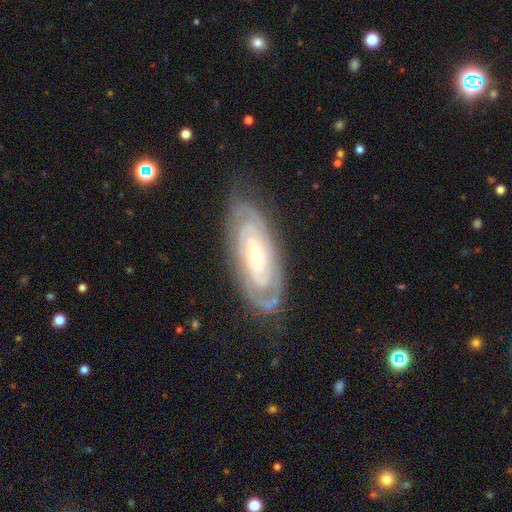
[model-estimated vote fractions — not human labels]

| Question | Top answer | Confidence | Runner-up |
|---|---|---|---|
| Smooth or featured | featured or disk | 84% | smooth (11%) |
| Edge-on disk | no | 91% | yes (9%) |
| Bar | no | 74% | weak (17%) |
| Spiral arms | yes | 90% | no (10%) |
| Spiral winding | tight | 79% | medium (17%) |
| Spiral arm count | can't tell | 39% | 2 (33%) |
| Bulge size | small | 71% | moderate (26%) |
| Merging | none | 79% | minor disturbance (14%) |